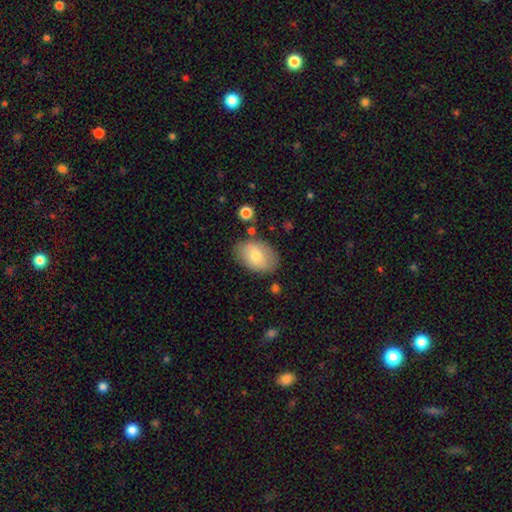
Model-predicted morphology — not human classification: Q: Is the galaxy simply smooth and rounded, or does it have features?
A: smooth — 74%.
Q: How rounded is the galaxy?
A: in between — 86%.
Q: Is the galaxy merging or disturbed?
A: none — 78%.